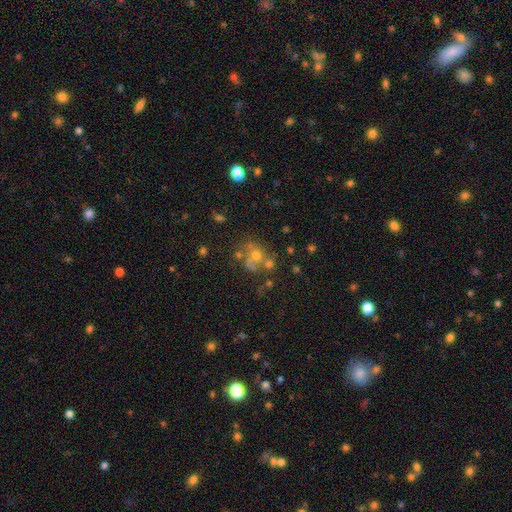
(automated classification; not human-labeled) smooth-or-featured: smooth: 49% | featured or disk: 27% | star or artifact: 24%
  merging: none: 45% | merger: 31% | minor disturbance: 13% | major disturbance: 12%